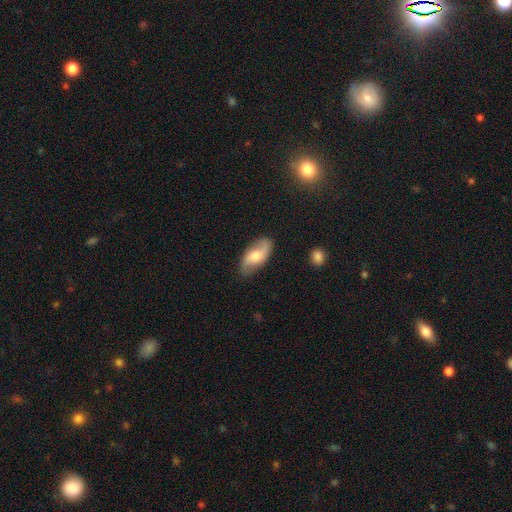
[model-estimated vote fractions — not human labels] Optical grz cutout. It shows a featured or disk galaxy (64%) with no bar (54%), 2 (90%) loose (67%) spiral arms (92%) and a moderate central bulge (58%). Merging: none (80%).